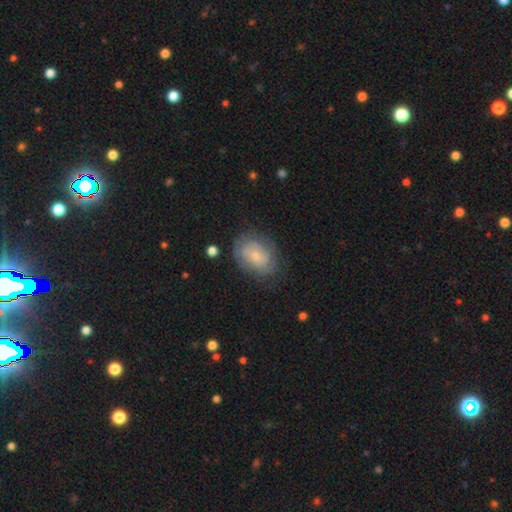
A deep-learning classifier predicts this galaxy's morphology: Smooth or featured? Predicted: featured or disk (p=0.49). Merging? Predicted: none (p=0.69).